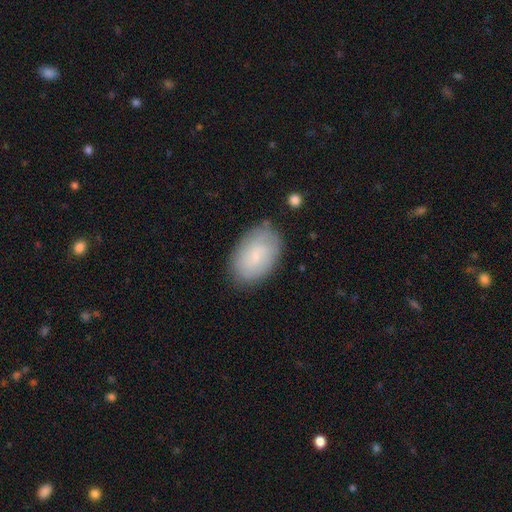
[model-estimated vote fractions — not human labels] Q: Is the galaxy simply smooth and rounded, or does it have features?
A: smooth — 59%.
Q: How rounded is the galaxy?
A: in between — 91%.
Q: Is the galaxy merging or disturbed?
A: none — 80%.